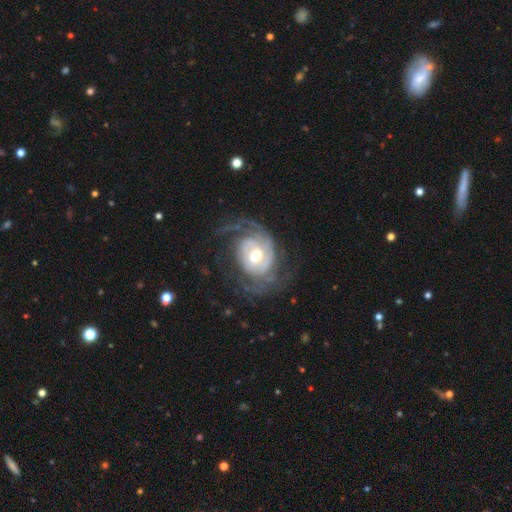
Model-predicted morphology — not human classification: featured or disk 86%, smooth 9%, star or artifact 5%. Down the decision tree: edge-on disk — no (97%); bar — no (48%); spiral arms — yes (92%); spiral arm count — 2 (33%); spiral winding — tight (45%); bulge size — moderate (69%); merging — none (56%).